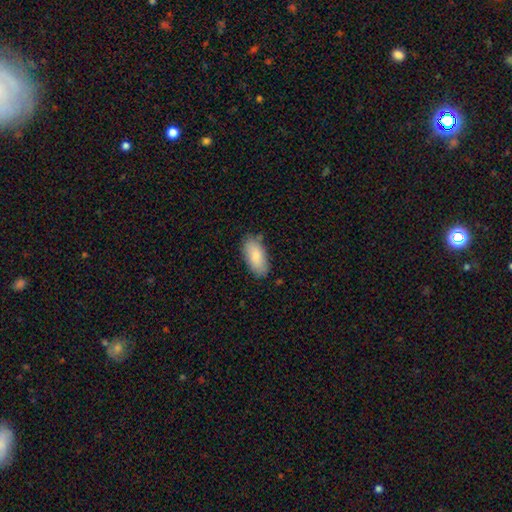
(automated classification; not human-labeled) Q: Smooth or featured?
A: smooth (82%); runner-up: featured or disk (11%)
Q: How rounded?
A: in between (92%); runner-up: cigar-shaped (6%)
Q: Merging?
A: none (79%); runner-up: minor disturbance (16%)